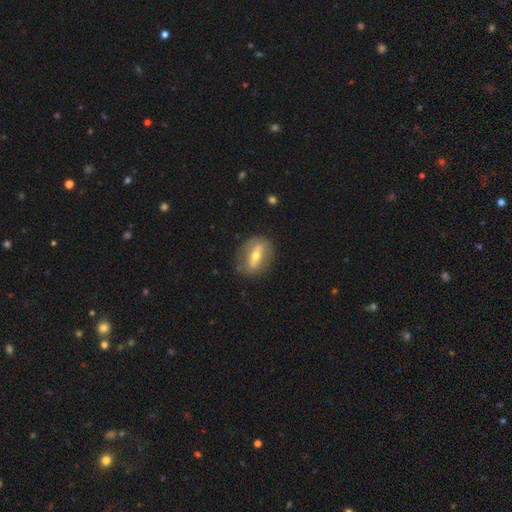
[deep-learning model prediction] The model was most divided on "smooth or featured": featured or disk: 60%, smooth: 32%, star or artifact: 7%. More confident: merging — none (78%); edge-on disk — no (76%).